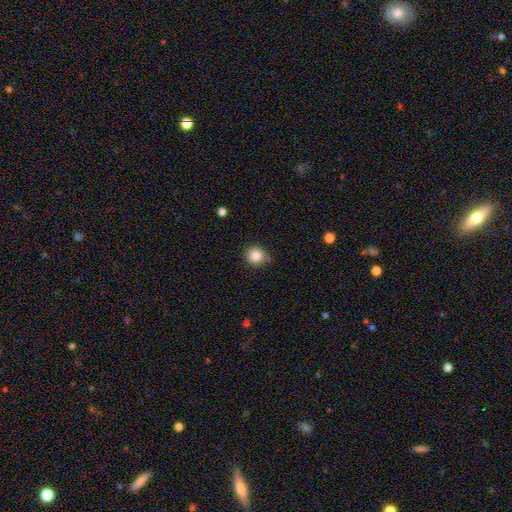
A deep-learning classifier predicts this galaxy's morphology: type=smooth (85%); roundness=round (89%); merging=none (79%).